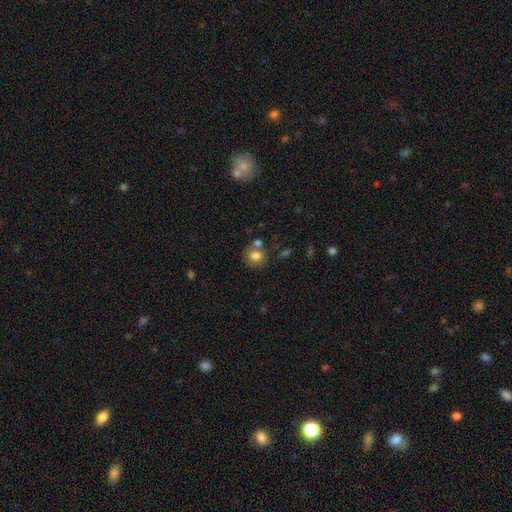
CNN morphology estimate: Smooth or featured? Predicted: smooth (p=0.79). How rounded? Predicted: round (p=0.86). Merging? Predicted: none (p=0.66).